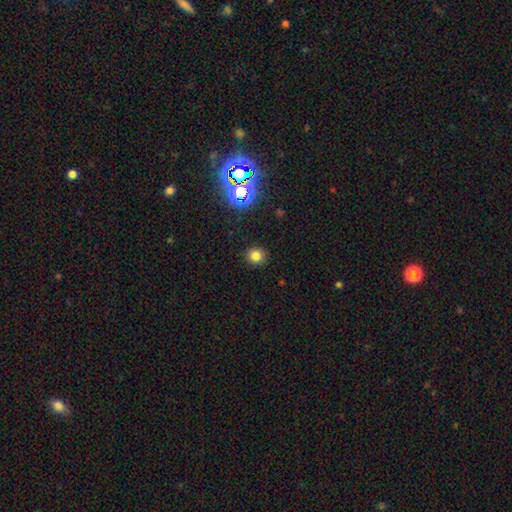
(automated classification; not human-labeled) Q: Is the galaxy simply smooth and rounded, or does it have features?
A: smooth — 77%.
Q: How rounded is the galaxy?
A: round — 86%.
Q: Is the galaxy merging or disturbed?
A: none — 90%.